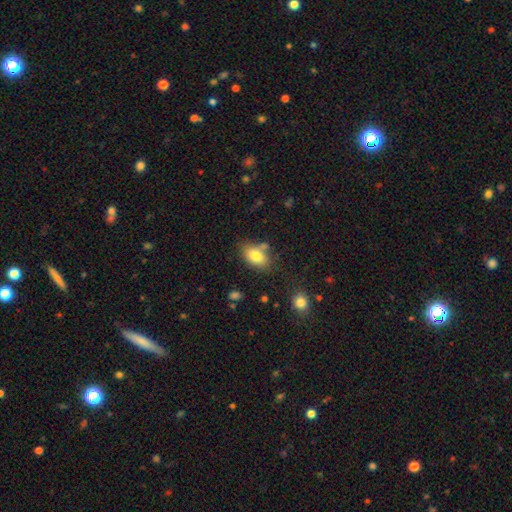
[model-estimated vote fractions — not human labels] Smooth or featured: smooth — 80% (featured or disk — 12%)
How rounded: in between — 87% (round — 11%)
Merging: none — 66% (minor disturbance — 19%)